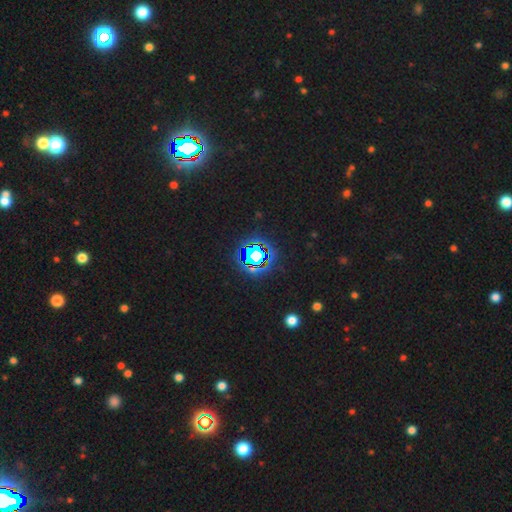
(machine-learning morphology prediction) Q: Smooth or featured?
A: star or artifact (72%); runner-up: smooth (16%)